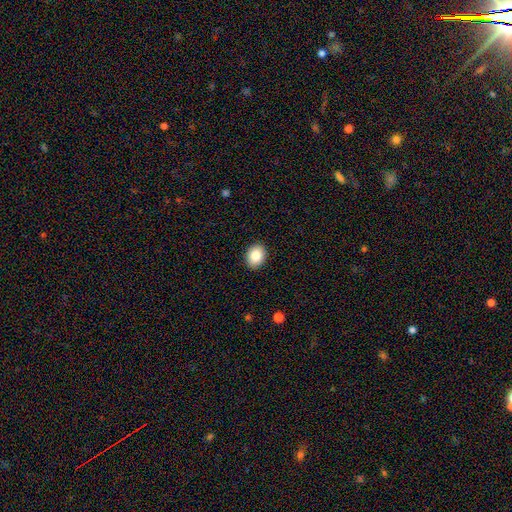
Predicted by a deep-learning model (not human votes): smooth 85%, star or artifact 8%, featured or disk 7%. Down the decision tree: how rounded — in between (57%); merging — none (91%).